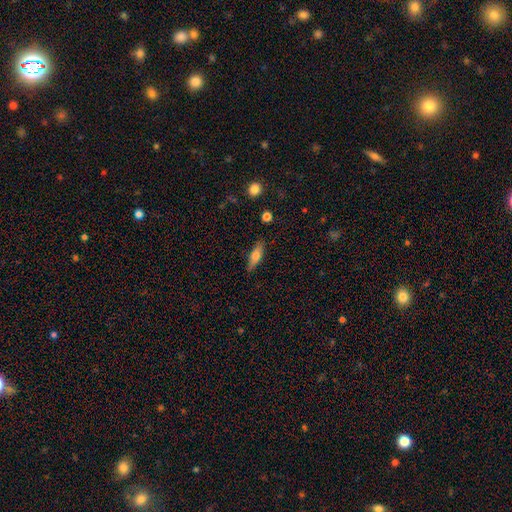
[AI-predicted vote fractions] A smooth galaxy with no disk features (58%) that is cigar-shaped (53%). Merging: none (84%).